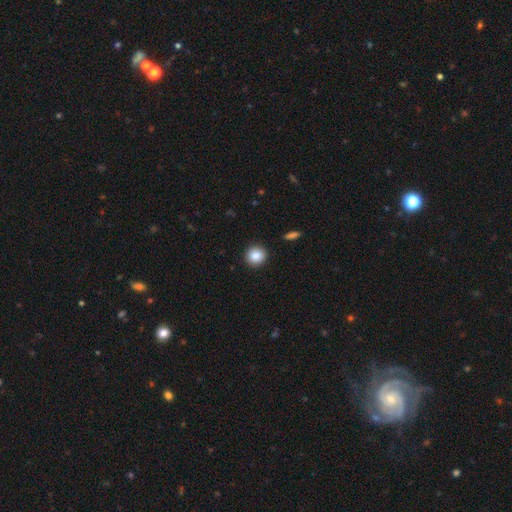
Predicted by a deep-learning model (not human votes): Smooth or featured? Predicted: smooth (p=0.86). How rounded? Predicted: round (p=0.90). Merging? Predicted: none (p=0.91).